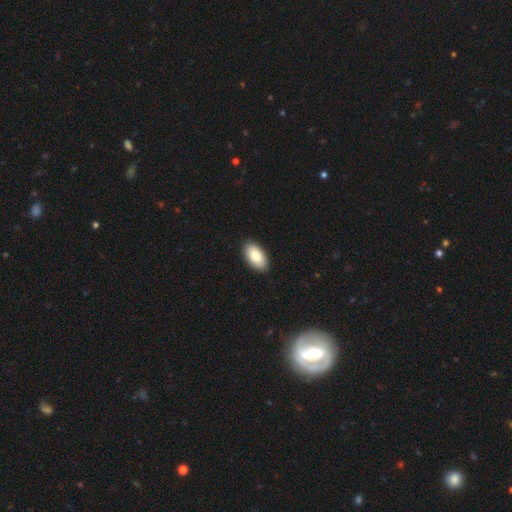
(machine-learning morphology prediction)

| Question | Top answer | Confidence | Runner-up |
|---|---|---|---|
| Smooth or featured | smooth | 84% | featured or disk (10%) |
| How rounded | in between | 95% | round (3%) |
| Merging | none | 90% | minor disturbance (7%) |